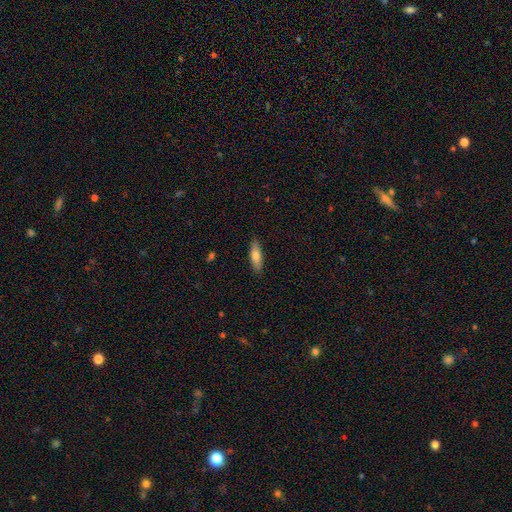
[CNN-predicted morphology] This is likely a smooth galaxy (74%). How rounded: possibly in between (49%, tied with cigar-shaped). Merging: clearly none (88%).